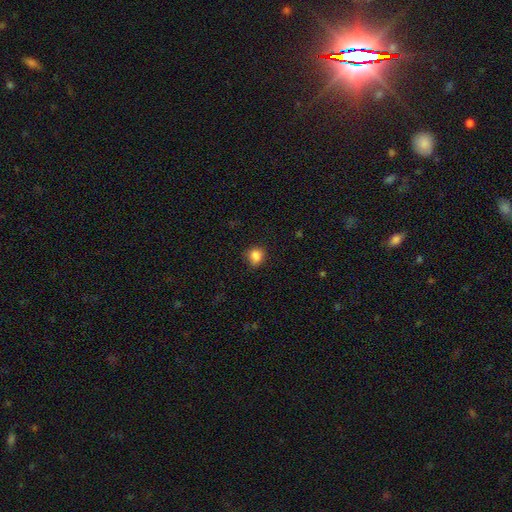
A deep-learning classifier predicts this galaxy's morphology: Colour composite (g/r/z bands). It shows a smooth galaxy with no disk features (85%) that is round (71%). Merging: none (72%).